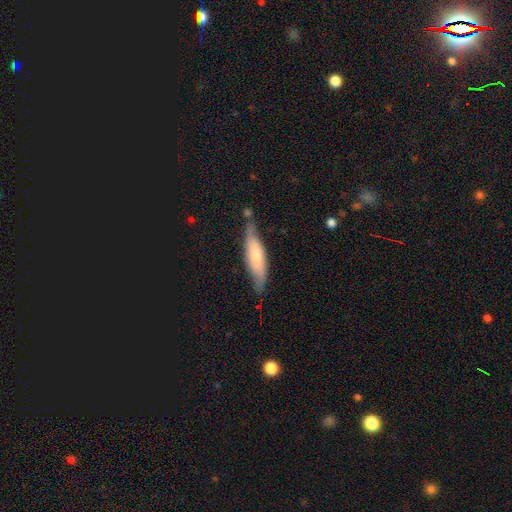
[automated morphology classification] Smooth or featured? smooth (57%)
How rounded? cigar-shaped (65%)
Merging? none (62%)